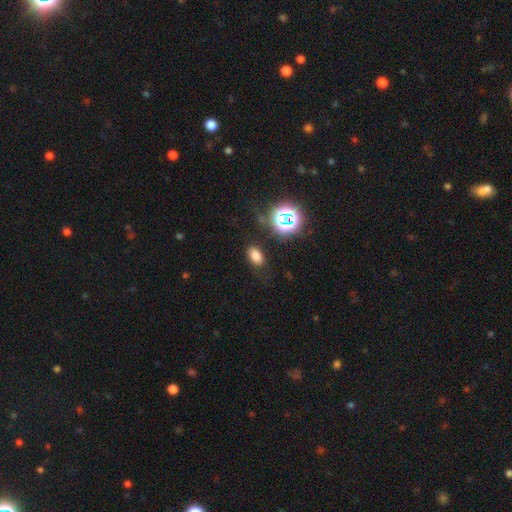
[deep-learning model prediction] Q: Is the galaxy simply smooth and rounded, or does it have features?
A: smooth — 71%.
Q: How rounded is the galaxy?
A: in between — 89%.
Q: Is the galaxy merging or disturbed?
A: none — 81%.